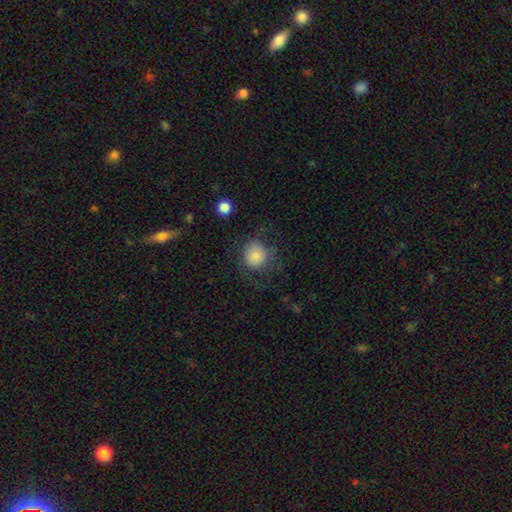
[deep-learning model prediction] Q: Smooth or featured?
A: smooth (79%); runner-up: featured or disk (12%)
Q: How rounded?
A: round (85%); runner-up: in between (14%)
Q: Merging?
A: none (58%); runner-up: major disturbance (20%)